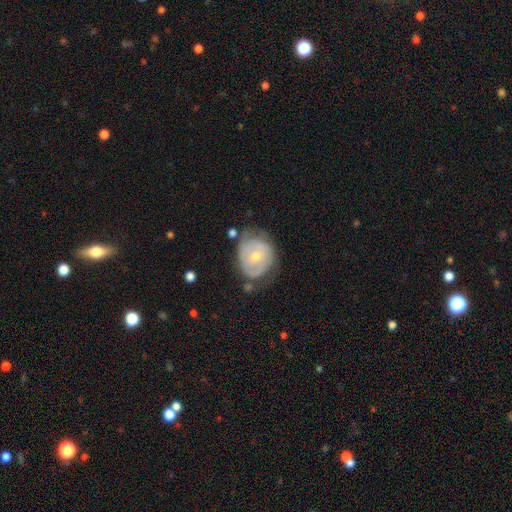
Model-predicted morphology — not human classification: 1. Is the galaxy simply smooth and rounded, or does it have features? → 61% featured or disk, 33% smooth, 6% star or artifact.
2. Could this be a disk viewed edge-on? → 96% no, 4% yes.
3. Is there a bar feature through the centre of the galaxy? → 71% no, 24% weak, 5% strong.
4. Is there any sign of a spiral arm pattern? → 60% yes, 40% no.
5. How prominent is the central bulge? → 52% moderate, 45% small, 2% large, 1% none, 1% dominant.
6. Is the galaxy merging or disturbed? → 49% none, 32% minor disturbance, 15% major disturbance, 5% merger.